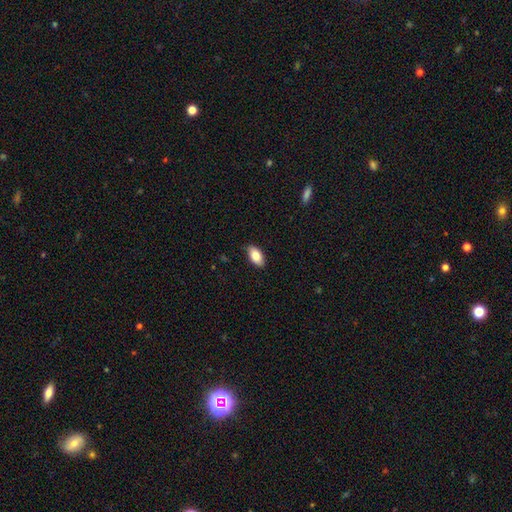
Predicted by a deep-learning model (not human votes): Overall: smooth (84%). How rounded: in between (93%). Merging: none (87%).